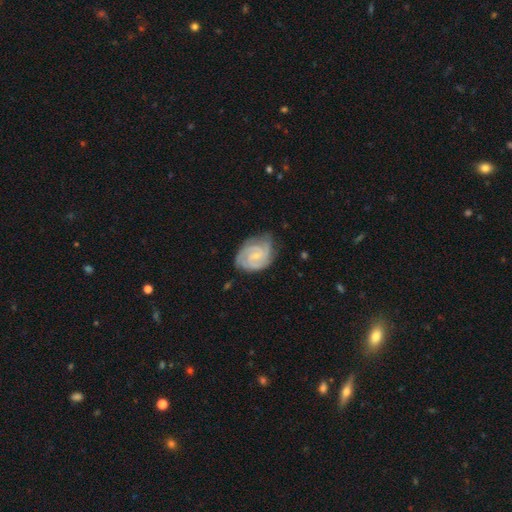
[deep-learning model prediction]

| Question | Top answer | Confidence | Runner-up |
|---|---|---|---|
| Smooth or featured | featured or disk | 85% | smooth (10%) |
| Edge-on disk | no | 98% | yes (2%) |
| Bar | weak | 46% | tied: no (46%) |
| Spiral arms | yes | 97% | no (3%) |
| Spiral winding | tight | 63% | medium (32%) |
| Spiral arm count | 2 | 41% | 3 (30%) |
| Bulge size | small | 72% | moderate (21%) |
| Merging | none | 67% | minor disturbance (25%) |